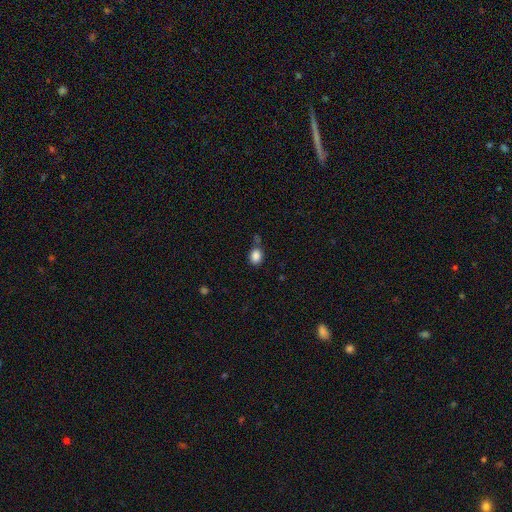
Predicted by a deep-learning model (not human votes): Smooth or featured? smooth (86%)
How rounded? in between (61%)
Merging? none (63%)